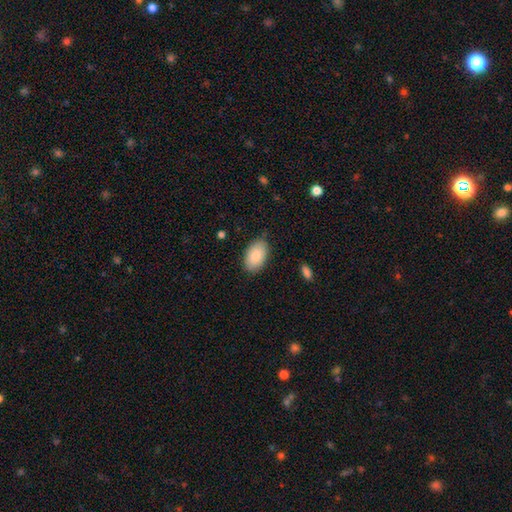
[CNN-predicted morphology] Smooth or featured? Predicted: smooth (p=0.85). How rounded? Predicted: in between (p=0.94). Merging? Predicted: none (p=0.84).